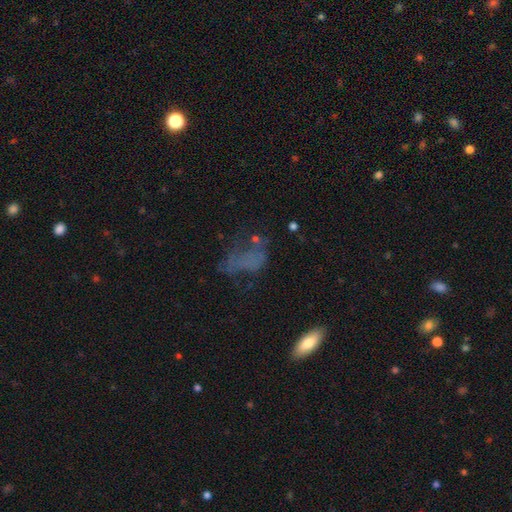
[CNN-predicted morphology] smooth_or_featured: smooth (p=0.44) [alt: featured or disk p=0.33]
merging: none (p=0.39) [alt: major disturbance p=0.34]